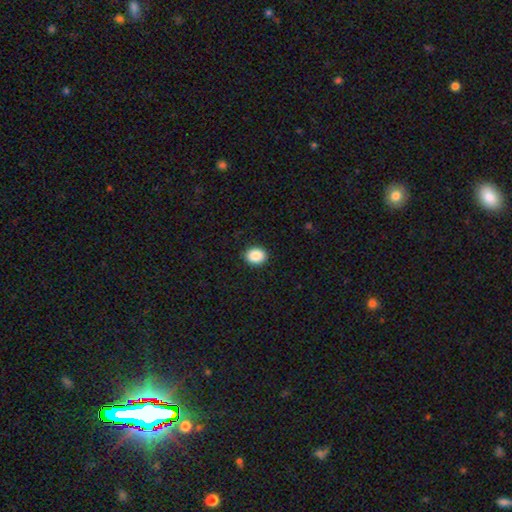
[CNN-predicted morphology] Overall: smooth (89%). How rounded: in between (51%; round 48%). Merging: none (91%).